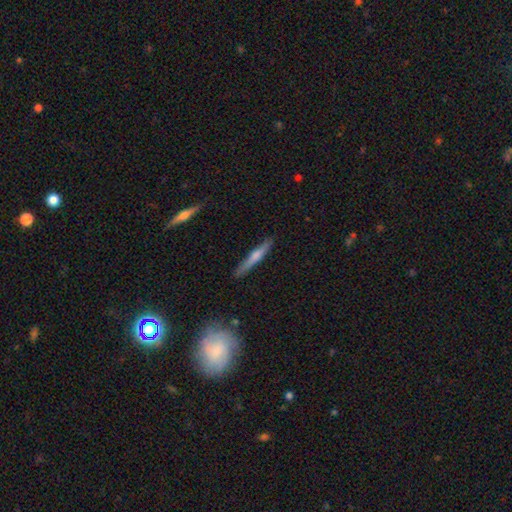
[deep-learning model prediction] The model was most divided on "smooth or featured": featured or disk: 61%, smooth: 31%, star or artifact: 8%. More confident: edge-on disk — yes (95%); merging — none (87%); edge-on bulge — rounded (77%).